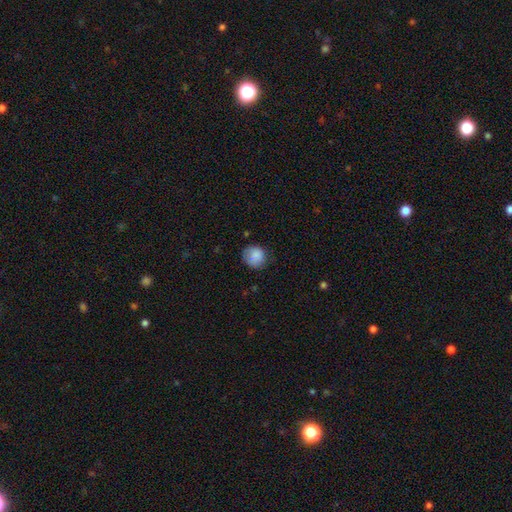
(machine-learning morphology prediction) A smooth galaxy with no disk features (85%) that is round (86%).

Vote fractions:
- Smooth or featured? smooth: 85% / star or artifact: 8% / featured or disk: 8%
- How rounded? round: 86% / in between: 13% / cigar-shaped: 1%
- Merging? none: 72% / minor disturbance: 21% / major disturbance: 6% / merger: 1%